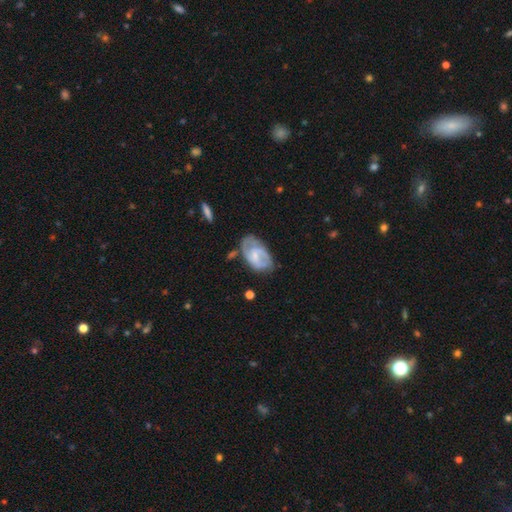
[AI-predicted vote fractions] Smooth or featured: featured or disk — 68% (smooth — 26%)
Edge-on disk: no — 96% (yes — 4%)
Bar: no — 48% (weak — 43%)
Spiral arms: yes — 80% (no — 20%)
Spiral winding: medium — 43% (tight — 38%)
Spiral arm count: 2 — 50% (can't tell — 29%)
Bulge size: small — 56% (moderate — 26%)
Merging: none — 51% (minor disturbance — 28%)